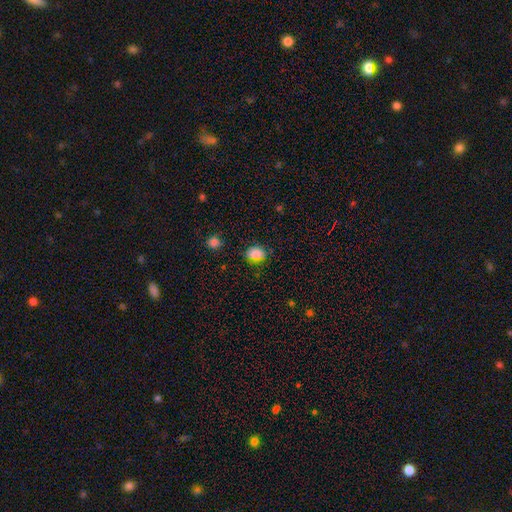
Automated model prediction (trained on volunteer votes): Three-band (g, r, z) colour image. It shows a smooth galaxy with no disk features (80%) that is in between round and cigar-shaped (57%). Merging: none (81%).